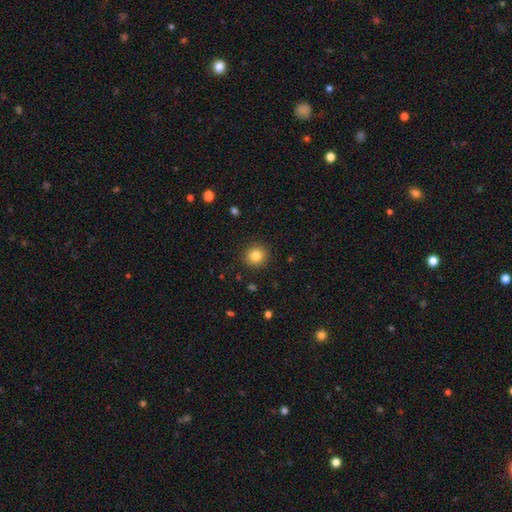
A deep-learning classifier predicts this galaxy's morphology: Smooth or featured? Predicted: smooth (p=0.83). How rounded? Predicted: round (p=0.92). Merging? Predicted: none (p=0.91).